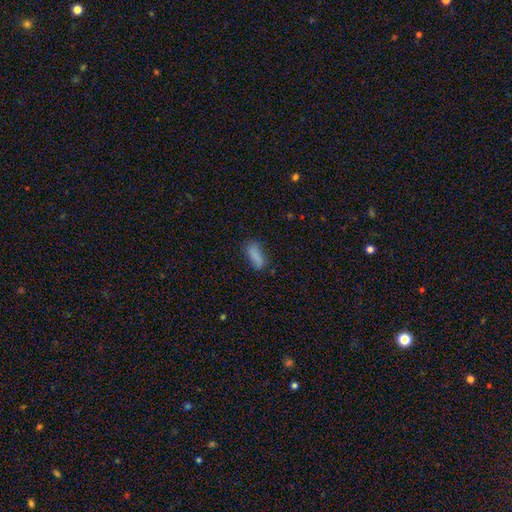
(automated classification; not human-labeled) Smooth or featured?
  - smooth: 84% *
  - star or artifact: 9%
  - featured or disk: 7%
How rounded?
  - in between: 71% *
  - cigar-shaped: 27%
  - round: 2%
Merging?
  - none: 69% *
  - minor disturbance: 22%
  - major disturbance: 7%
  - merger: 3%